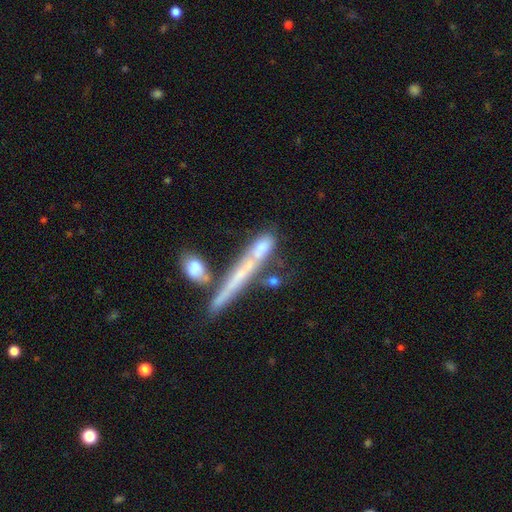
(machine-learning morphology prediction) Smooth or featured? Predicted: featured or disk (p=0.55). Edge-on disk? Predicted: yes (p=0.76). Merging? Predicted: none (p=0.42).